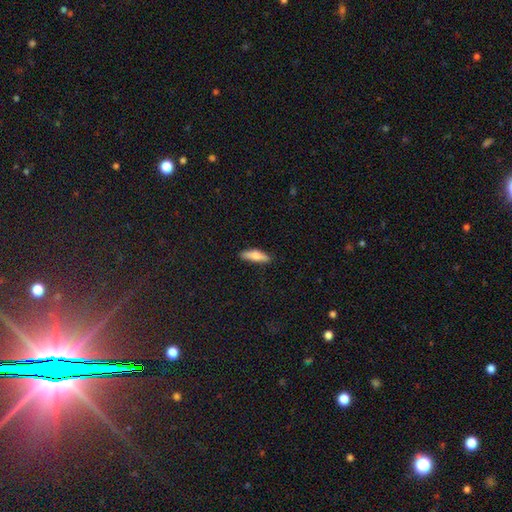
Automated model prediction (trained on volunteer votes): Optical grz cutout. It shows a smooth galaxy with no disk features (75%) that is cigar-shaped (64%). Merging: none (85%).